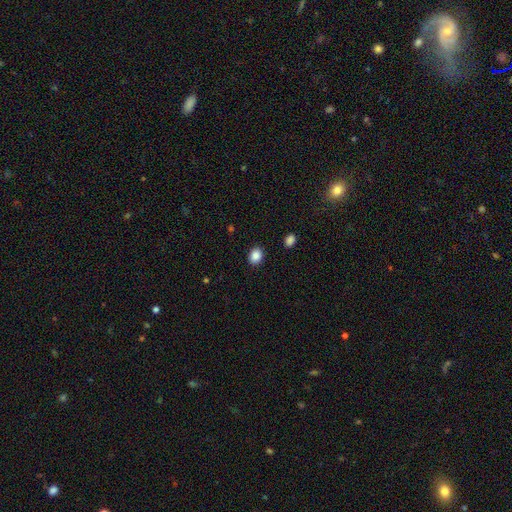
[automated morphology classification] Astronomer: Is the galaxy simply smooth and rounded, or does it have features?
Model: smooth — 87%.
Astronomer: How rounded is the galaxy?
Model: round — 52% (runner-up: in between, 47%).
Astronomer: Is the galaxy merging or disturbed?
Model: none — 90%.